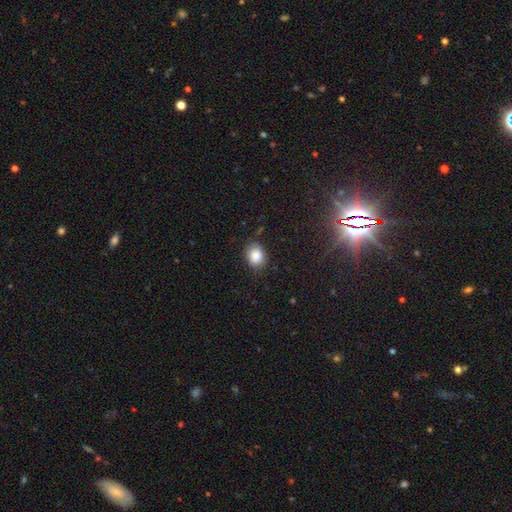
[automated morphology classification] Q: Smooth or featured?
A: smooth (86%); runner-up: star or artifact (9%)
Q: How rounded?
A: in between (51%); runner-up: round (48%)
Q: Merging?
A: none (79%); runner-up: minor disturbance (16%)